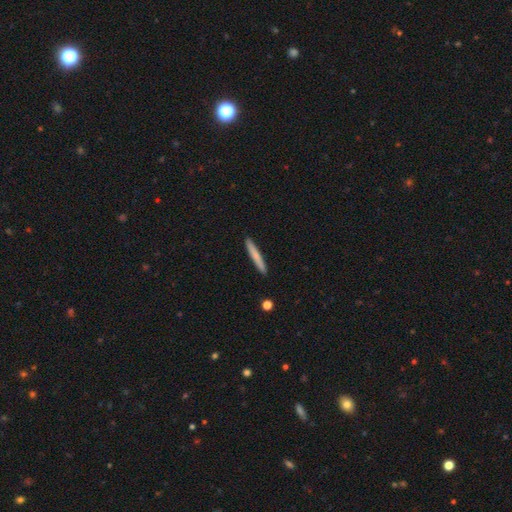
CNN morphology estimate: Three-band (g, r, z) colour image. It shows a smooth galaxy with no disk features (74%) that is cigar-shaped (96%). Merging: none (92%).